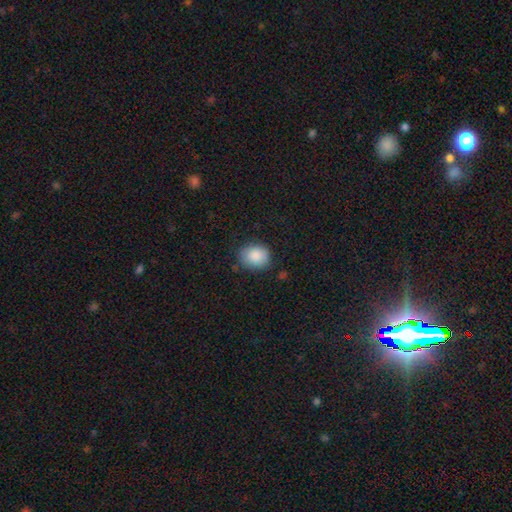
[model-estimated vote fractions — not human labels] smooth-or-featured: smooth: 88% | star or artifact: 8% | featured or disk: 5%
  how-rounded: round: 67% | in between: 32% | cigar-shaped: 1%
  merging: none: 79% | minor disturbance: 16% | major disturbance: 4% | merger: 2%